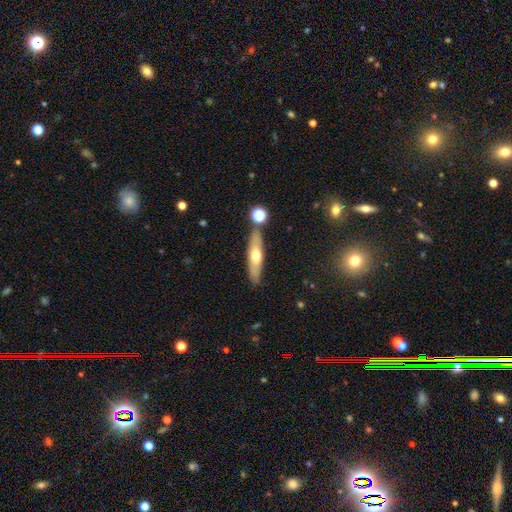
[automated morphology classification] Overall: smooth (48%; featured or disk 45%). Merging: none (81%).